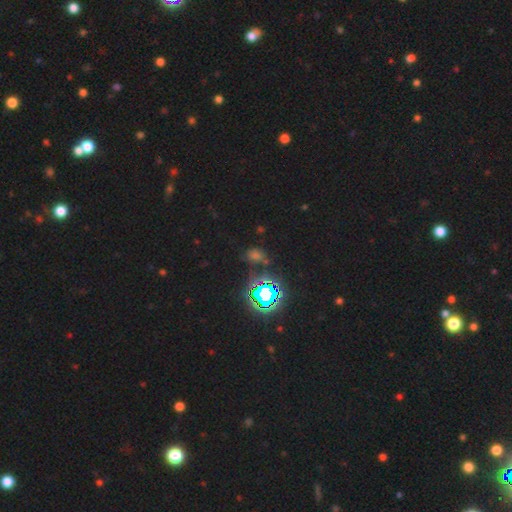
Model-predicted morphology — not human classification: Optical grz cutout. It shows a star or artifact, not a galaxy (59%).